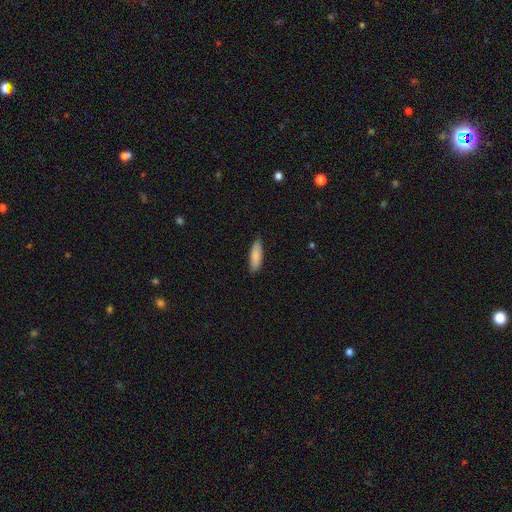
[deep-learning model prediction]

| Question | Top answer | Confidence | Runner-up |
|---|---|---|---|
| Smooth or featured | smooth | 86% | featured or disk (9%) |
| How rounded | in between | 52% | cigar-shaped (46%) |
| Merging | none | 84% | minor disturbance (13%) |